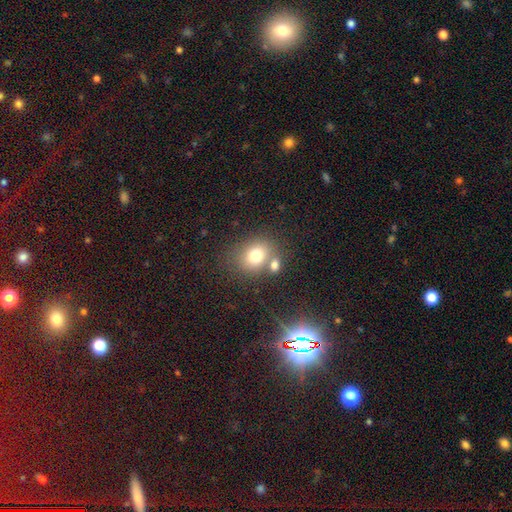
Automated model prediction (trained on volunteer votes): Overall: smooth (75%). How rounded: round (54%; in between 45%). Merging: none (56%; merger 28%).